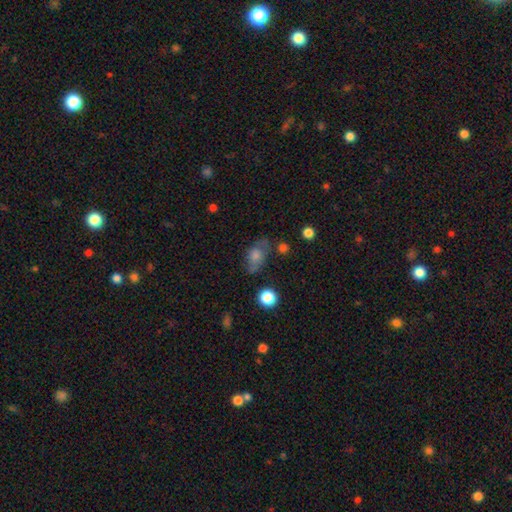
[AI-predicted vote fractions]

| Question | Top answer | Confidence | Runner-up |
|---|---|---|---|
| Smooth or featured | smooth | 61% | featured or disk (23%) |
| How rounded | in between | 76% | round (20%) |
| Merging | none | 61% | minor disturbance (24%) |